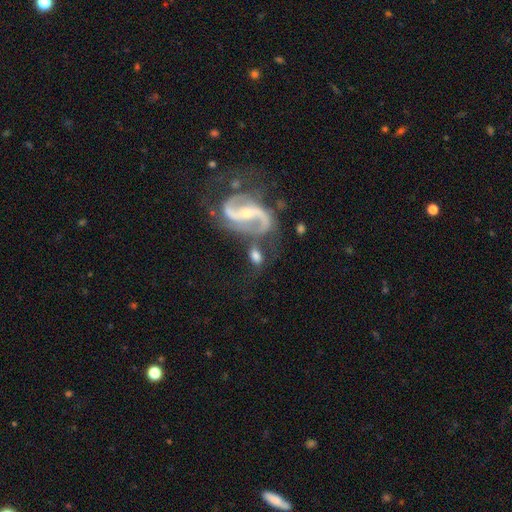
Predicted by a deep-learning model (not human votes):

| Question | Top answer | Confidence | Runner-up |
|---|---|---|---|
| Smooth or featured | featured or disk | 62% | smooth (30%) |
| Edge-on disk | no | 94% | yes (6%) |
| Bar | weak | 39% | strong (34%) |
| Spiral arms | yes | 87% | no (13%) |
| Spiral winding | loose | 55% | medium (35%) |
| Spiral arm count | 2 | 91% | can't tell (3%) |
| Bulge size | small | 51% | moderate (37%) |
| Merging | none | 51% | merger (20%) |